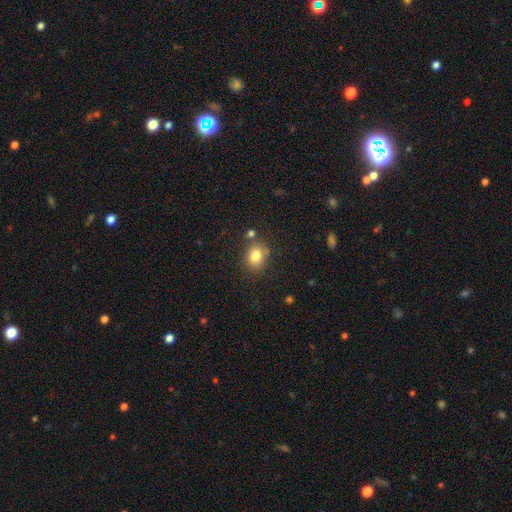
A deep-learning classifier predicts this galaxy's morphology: Smooth or featured? Predicted: smooth (p=0.81). How rounded? Predicted: round (p=0.60). Merging? Predicted: none (p=0.76).